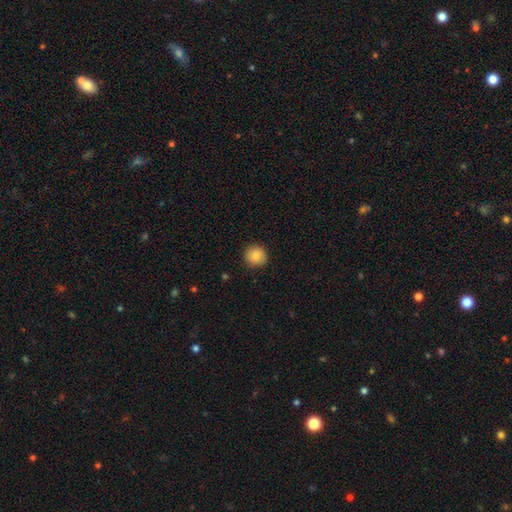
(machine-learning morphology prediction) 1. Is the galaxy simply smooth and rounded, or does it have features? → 87% smooth, 9% star or artifact, 5% featured or disk.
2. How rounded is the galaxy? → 92% round, 7% in between, 1% cigar-shaped.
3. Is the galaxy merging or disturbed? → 89% none, 8% minor disturbance, 2% major disturbance, 1% merger.